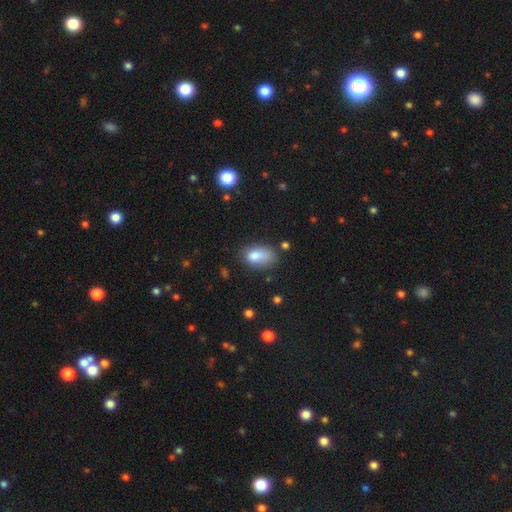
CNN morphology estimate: type=smooth (81%); roundness=in between (87%); merging=none (50%).